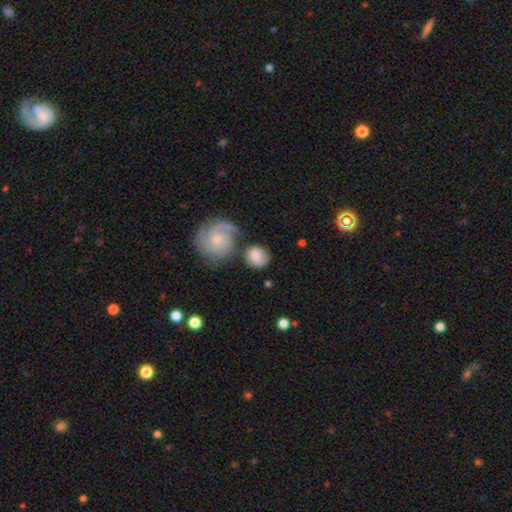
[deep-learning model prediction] smooth 63%, featured or disk 31%, star or artifact 6%. Down the decision tree: how rounded — round (70%); merging — none (58%).